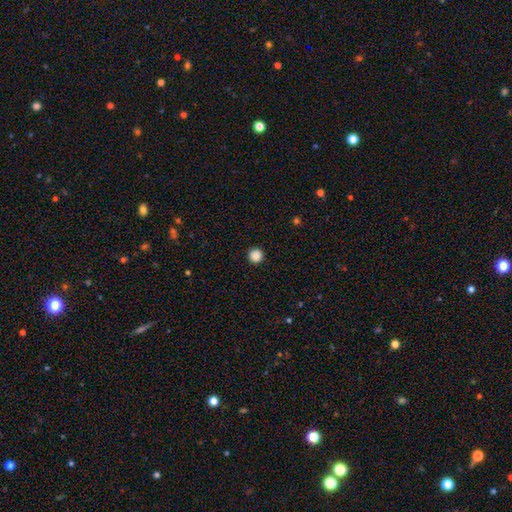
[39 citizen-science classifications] A smooth galaxy with no disk features (95%) that is round (100%). Merging: none (92%).